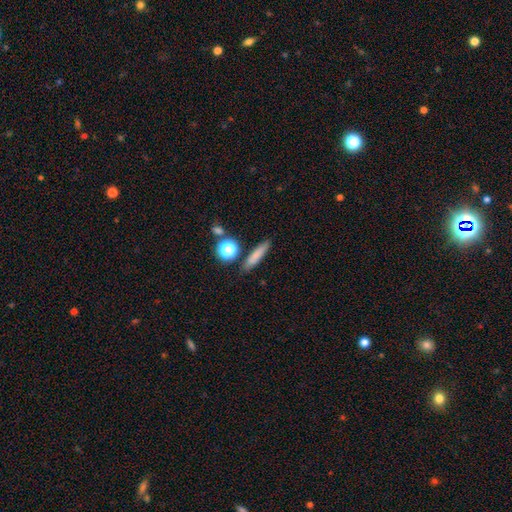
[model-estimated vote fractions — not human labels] Morphology: type=smooth (75%); roundness=cigar-shaped (79%); merging=none (83%).